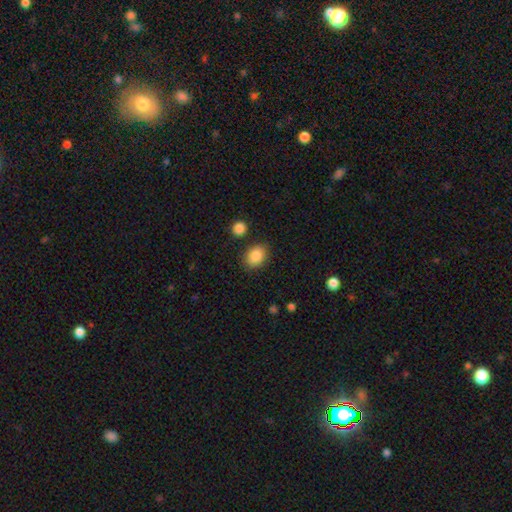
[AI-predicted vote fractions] A smooth galaxy with no disk features (87%) that is in between round and cigar-shaped (69%).

Vote fractions:
- Smooth or featured? smooth: 87% / star or artifact: 8% / featured or disk: 5%
- How rounded? in between: 69% / round: 30% / cigar-shaped: 1%
- Merging? none: 84% / minor disturbance: 10% / merger: 4% / major disturbance: 3%